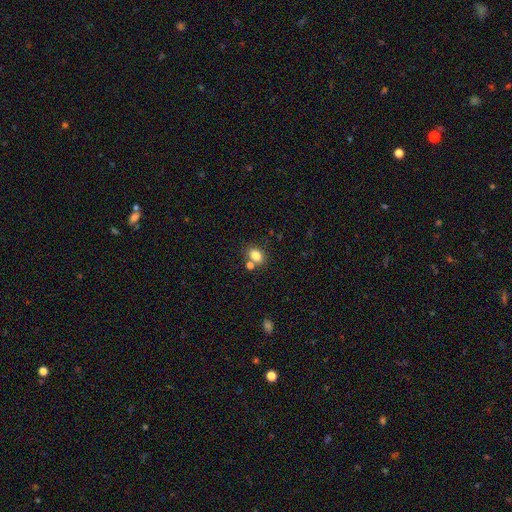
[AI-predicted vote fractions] Smooth or featured?
  - smooth: 82% *
  - star or artifact: 11%
  - featured or disk: 7%
How rounded?
  - in between: 69% *
  - round: 30%
  - cigar-shaped: 1%
Merging?
  - none: 64% *
  - merger: 21%
  - minor disturbance: 12%
  - major disturbance: 4%